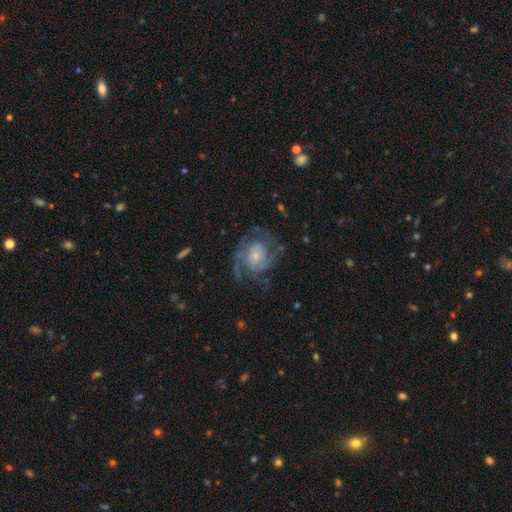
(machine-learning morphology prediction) smooth_or_featured: featured or disk (p=0.87) [alt: smooth p=0.08]
disk_edge_on: no (p=0.98) [alt: yes p=0.02]
bar: no (p=0.70) [alt: weak p=0.24]
has_spiral_arms: yes (p=0.96) [alt: no p=0.04]
spiral_winding: medium (p=0.45) [alt: tight p=0.43]
spiral_arm_count: 3 (p=0.34) [alt: 2 p=0.26]
bulge_size: small (p=0.67) [alt: moderate p=0.24]
merging: none (p=0.68) [alt: minor disturbance p=0.17]